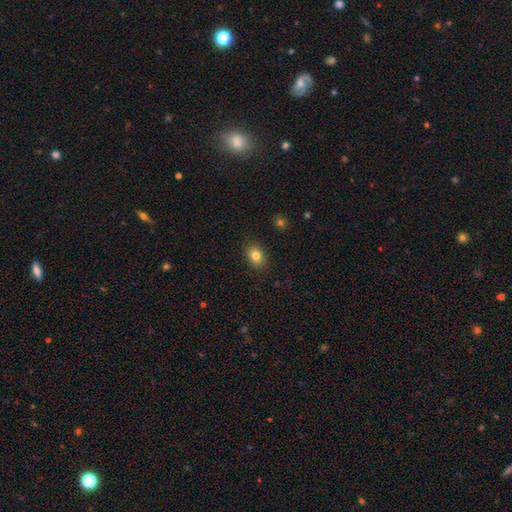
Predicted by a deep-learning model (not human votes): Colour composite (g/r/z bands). It shows a smooth galaxy with no disk features (83%) that is in between round and cigar-shaped (72%). Merging: none (88%).